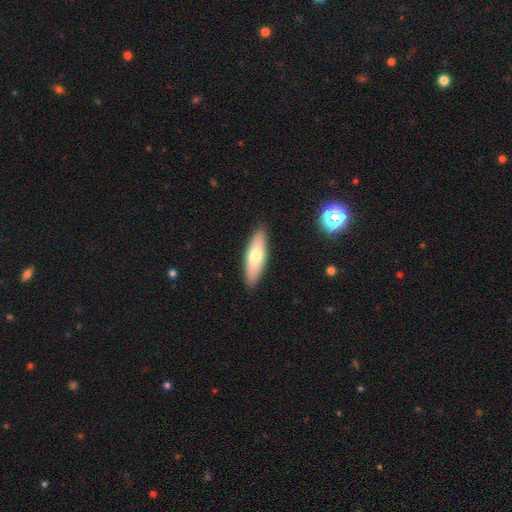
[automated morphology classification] type=smooth (64%); roundness=in between (54%); merging=none (88%).